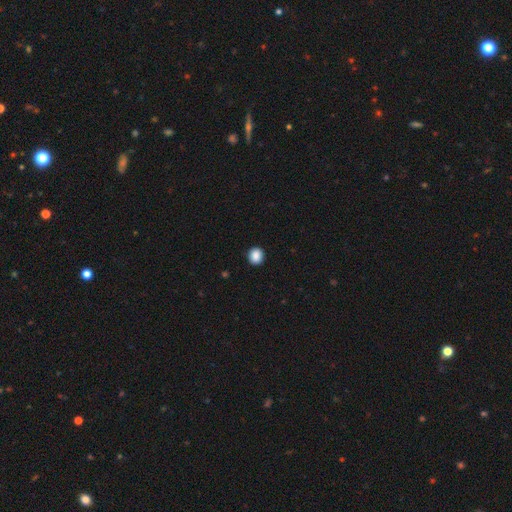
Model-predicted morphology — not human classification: A smooth galaxy with no disk features (88%) that is round (83%). Merging: none (91%).